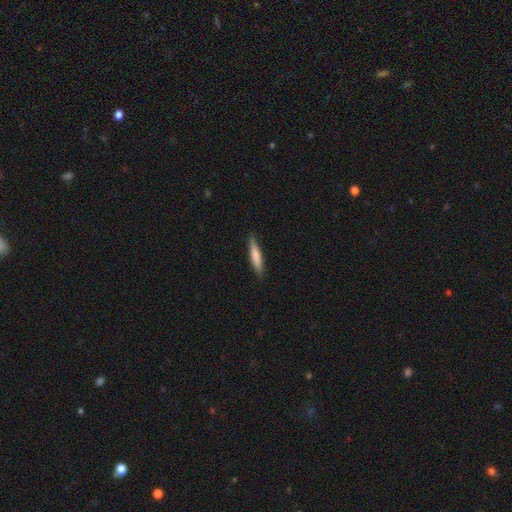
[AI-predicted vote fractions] Overall: smooth (73%). How rounded: cigar-shaped (89%). Merging: none (87%).